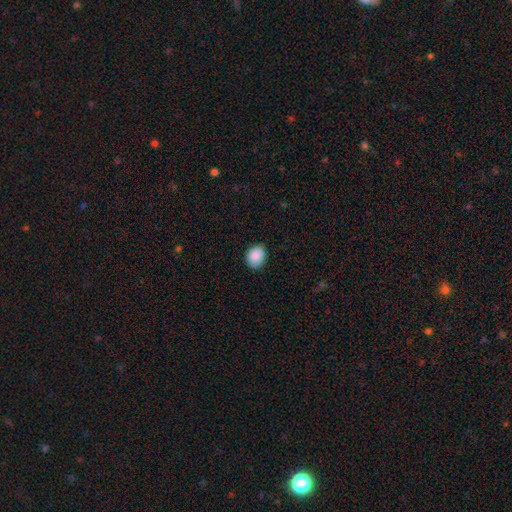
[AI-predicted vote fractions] This appears to be a smooth galaxy with no disk features (89%) that is round (57%). Merging: none (84%).